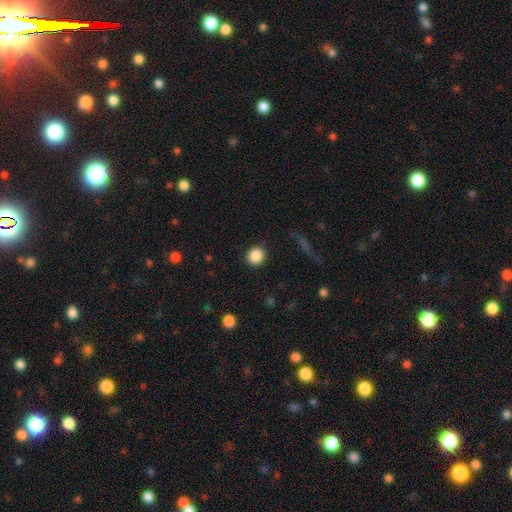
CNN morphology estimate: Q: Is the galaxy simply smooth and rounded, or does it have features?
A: smooth — 88%.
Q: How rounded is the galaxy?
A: round — 81%.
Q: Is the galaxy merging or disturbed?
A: none — 89%.